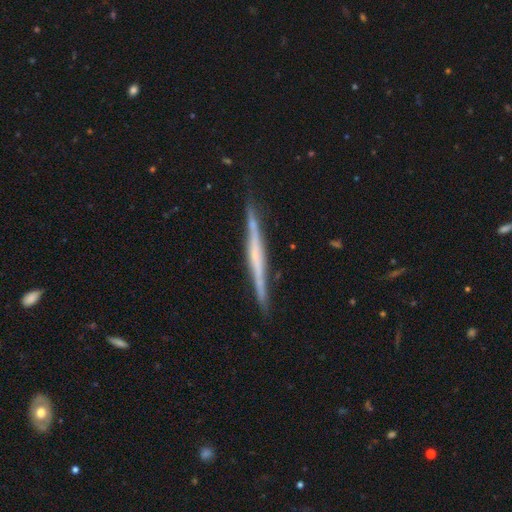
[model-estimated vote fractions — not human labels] A featured or disk galaxy (71%) viewed edge-on (98%) with no central bulge (60%).

Vote fractions:
- Smooth or featured? featured or disk: 71% / smooth: 24% / star or artifact: 6%
- Edge-on disk? yes: 98% / no: 2%
- Edge-on bulge? none: 60% / rounded: 22% / boxy: 18%
- Merging? none: 85% / minor disturbance: 11% / major disturbance: 2% / merger: 2%